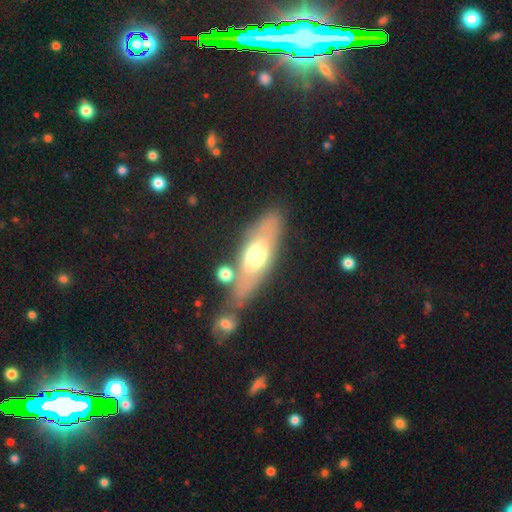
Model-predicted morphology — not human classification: smooth_or_featured: smooth (p=0.47) [alt: featured or disk p=0.45]
merging: none (p=0.61) [alt: minor disturbance p=0.16]